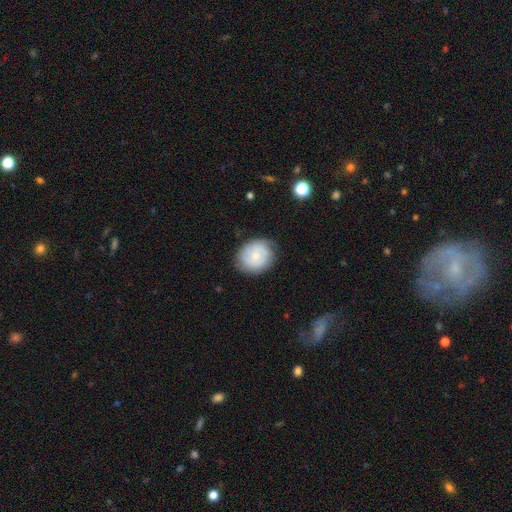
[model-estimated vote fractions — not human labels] smooth-or-featured: smooth: 58% | featured or disk: 35% | star or artifact: 7%
  how-rounded: round: 71% | in between: 28% | cigar-shaped: 1%
  merging: none: 76% | minor disturbance: 18% | major disturbance: 5% | merger: 1%